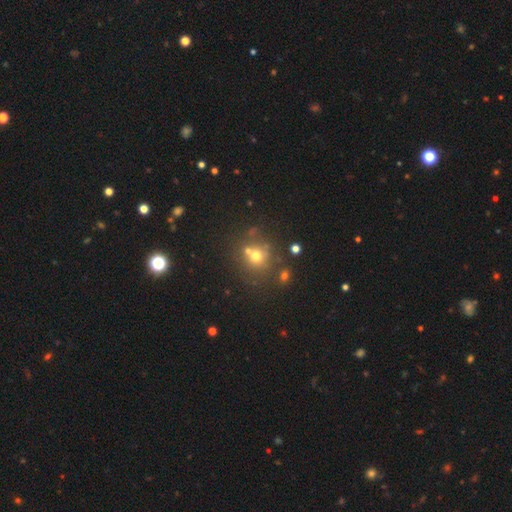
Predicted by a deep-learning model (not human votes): smooth_or_featured: smooth (p=0.63) [alt: star or artifact p=0.21]
how_rounded: round (p=0.86) [alt: in between p=0.13]
merging: none (p=0.62) [alt: merger p=0.22]